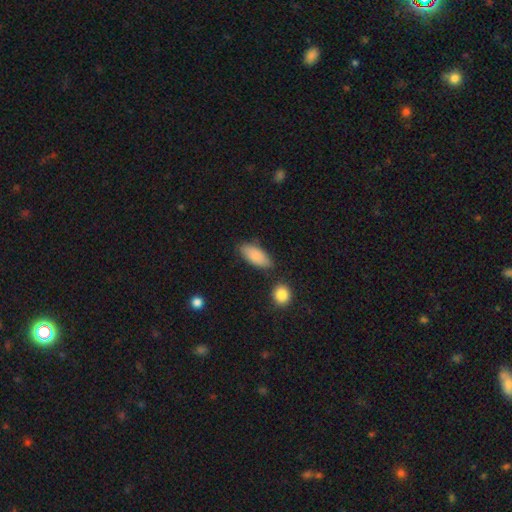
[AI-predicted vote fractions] smooth_or_featured: smooth (p=0.85) [alt: featured or disk p=0.08]
how_rounded: in between (p=0.86) [alt: cigar-shaped p=0.11]
merging: none (p=0.74) [alt: minor disturbance p=0.17]